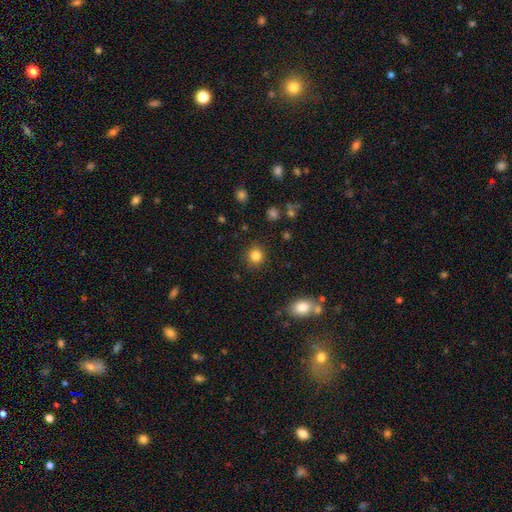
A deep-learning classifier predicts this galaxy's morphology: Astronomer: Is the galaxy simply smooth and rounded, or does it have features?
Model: smooth — 84%.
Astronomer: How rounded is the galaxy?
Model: round — 88%.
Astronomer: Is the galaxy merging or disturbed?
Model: none — 89%.